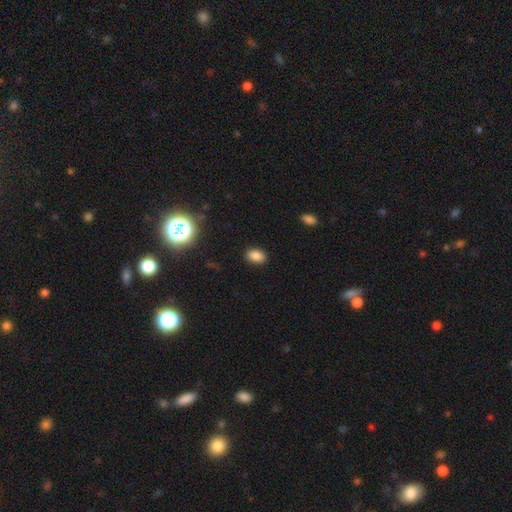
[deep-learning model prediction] Smooth or featured: smooth — 83% (star or artifact — 12%)
How rounded: in between — 86% (round — 12%)
Merging: none — 88% (minor disturbance — 8%)